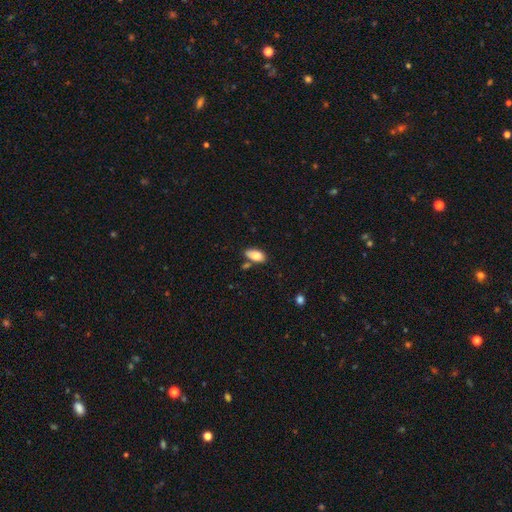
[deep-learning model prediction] The model was most divided on "merging": none: 68%, minor disturbance: 17%, merger: 12%, major disturbance: 4%. More confident: how rounded — in between (91%); smooth or featured — smooth (84%).